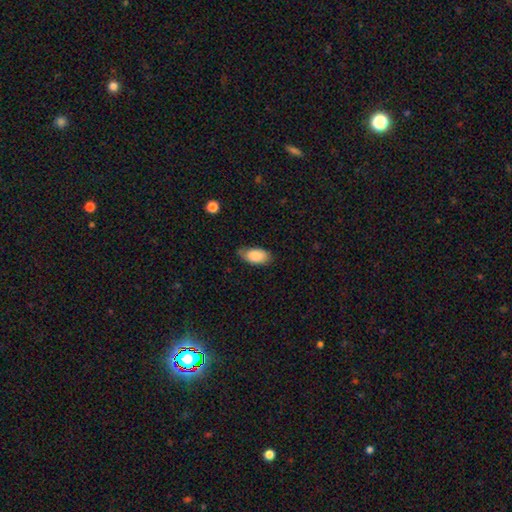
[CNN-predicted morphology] smooth 87%, star or artifact 7%, featured or disk 6%. Down the decision tree: how rounded — in between (94%); merging — none (66%).